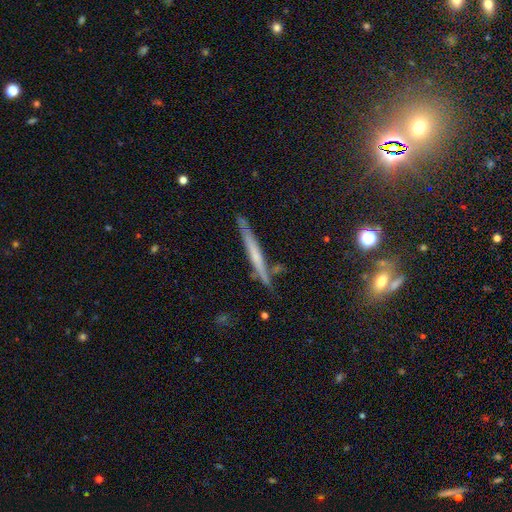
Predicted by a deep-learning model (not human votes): The model was most divided on "smooth or featured": featured or disk: 54%, smooth: 37%, star or artifact: 9%. More confident: edge-on disk — yes (95%); merging — none (82%); edge-on bulge — none (66%).